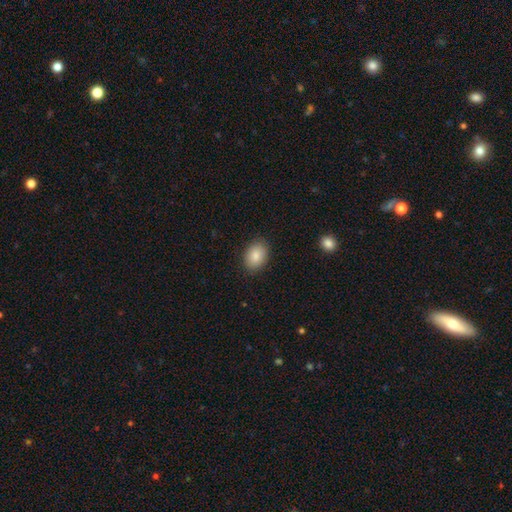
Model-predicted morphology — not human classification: A smooth galaxy with no disk features (87%) that is in between round and cigar-shaped (80%). Merging: none (88%).